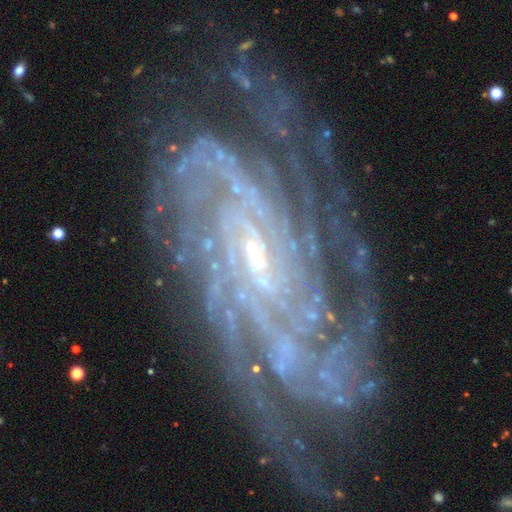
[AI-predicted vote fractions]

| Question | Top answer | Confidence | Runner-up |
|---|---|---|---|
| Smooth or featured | featured or disk | 92% | star or artifact (5%) |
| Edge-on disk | no | 96% | yes (4%) |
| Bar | weak | 43% | no (38%) |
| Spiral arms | yes | 98% | no (2%) |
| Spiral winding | tight | 69% | medium (25%) |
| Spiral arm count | can't tell | 23% | 4 (19%) |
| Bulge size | small | 70% | moderate (24%) |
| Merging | none | 70% | minor disturbance (18%) |